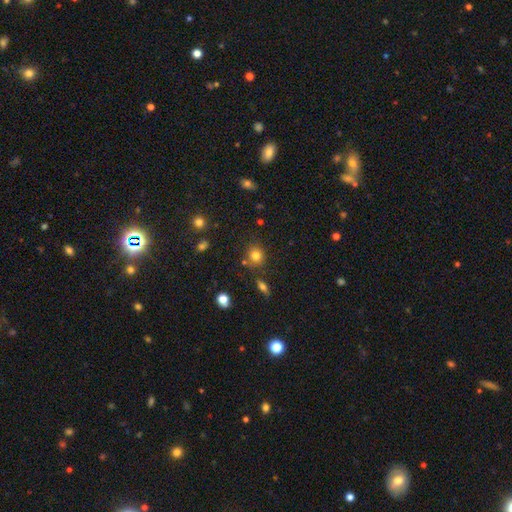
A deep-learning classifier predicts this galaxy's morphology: type=smooth (79%); roundness=round (79%); merging=none (77%).